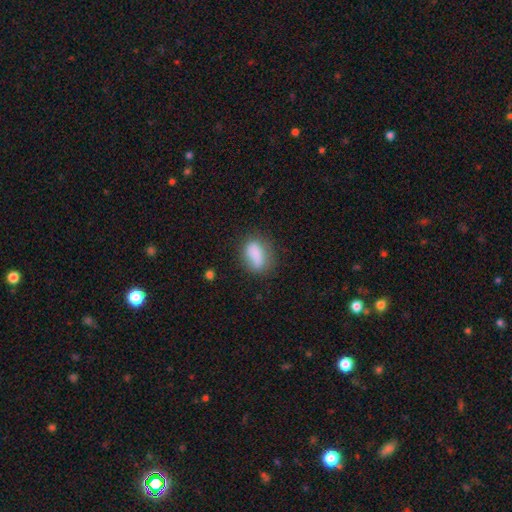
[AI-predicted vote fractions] The model was most divided on "merging": none: 58%, minor disturbance: 26%, major disturbance: 11%, merger: 4%. More confident: how rounded — in between (84%); smooth or featured — smooth (81%).